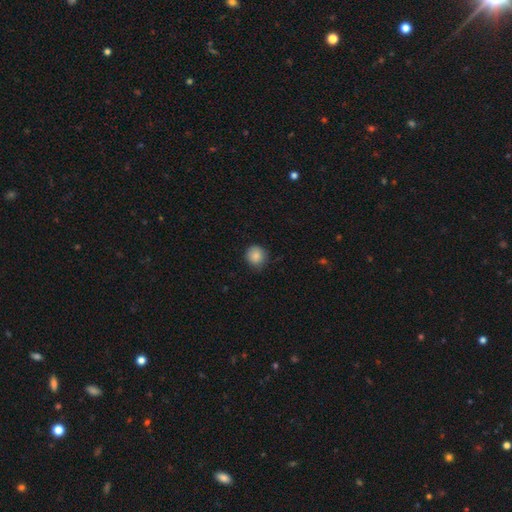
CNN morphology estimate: smooth-or-featured: smooth: 87% | star or artifact: 9% | featured or disk: 5%
  how-rounded: round: 90% | in between: 9% | cigar-shaped: 1%
  merging: none: 79% | minor disturbance: 17% | major disturbance: 3% | merger: 1%